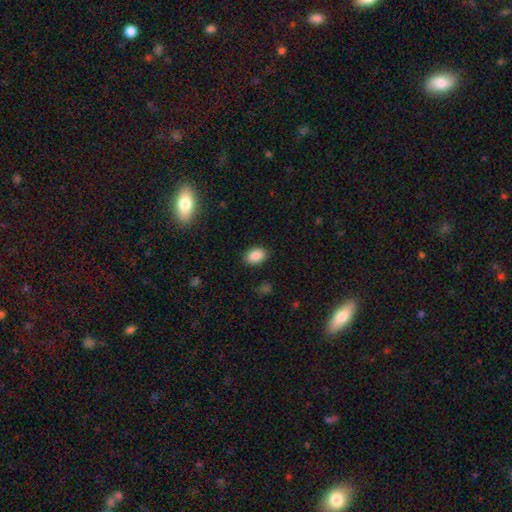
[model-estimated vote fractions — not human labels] Smooth or featured: smooth — 87% (star or artifact — 8%)
How rounded: in between — 86% (round — 13%)
Merging: none — 87% (minor disturbance — 9%)